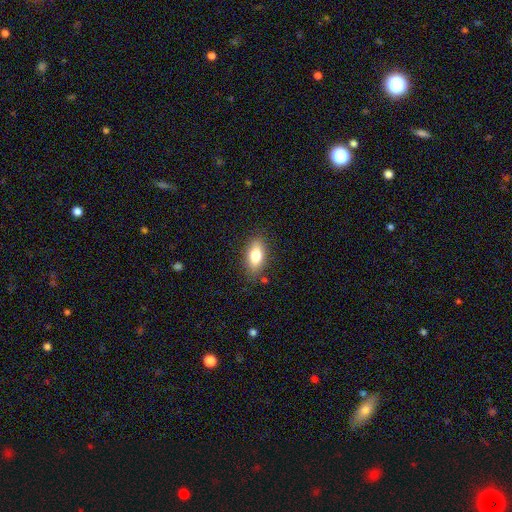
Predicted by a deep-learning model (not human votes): Smooth or featured?
  - smooth: 77% *
  - featured or disk: 16%
  - star or artifact: 8%
How rounded?
  - in between: 85% *
  - cigar-shaped: 11%
  - round: 5%
Merging?
  - none: 83% *
  - minor disturbance: 13%
  - major disturbance: 3%
  - merger: 2%